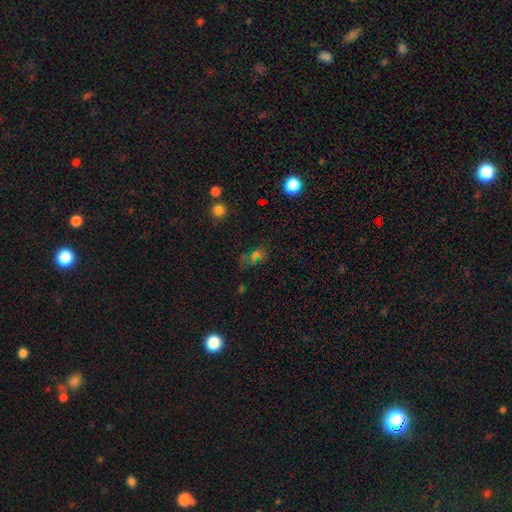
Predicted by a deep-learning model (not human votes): star or artifact 48%, smooth 41%, featured or disk 12%.